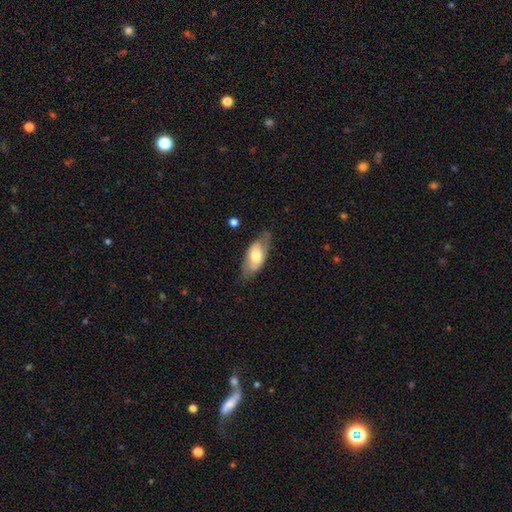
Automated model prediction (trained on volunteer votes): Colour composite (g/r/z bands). It shows a smooth galaxy with no disk features (60%) that is in between round and cigar-shaped (86%). Merging: none (69%).